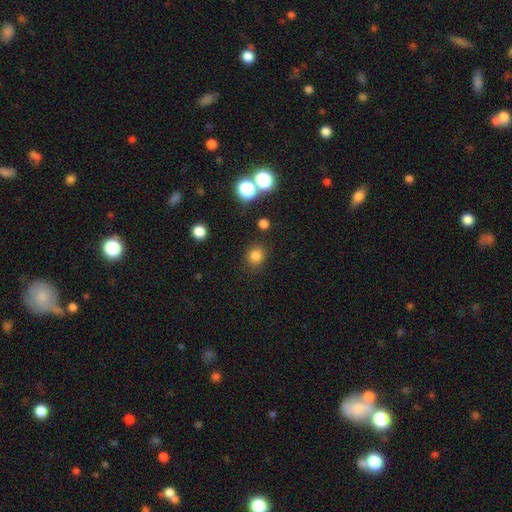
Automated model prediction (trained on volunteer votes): Smooth or featured: smooth — 81% (star or artifact — 15%)
How rounded: round — 84% (in between — 15%)
Merging: none — 87% (minor disturbance — 8%)